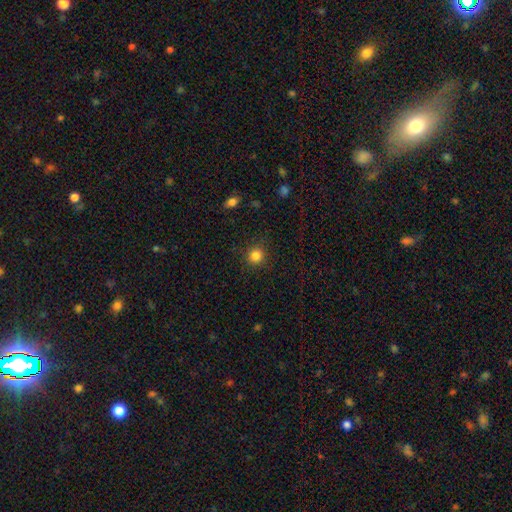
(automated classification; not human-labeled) Morphology: type=smooth (83%); roundness=round (91%); merging=none (89%).